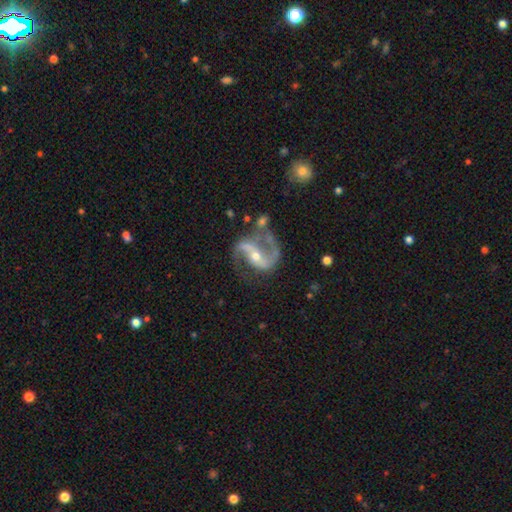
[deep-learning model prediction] A featured or disk galaxy (91%) with a strong bar (44%), 2 (92%) medium (51%) spiral arms (97%) and a moderate central bulge (49%).

Vote fractions:
- Smooth or featured? featured or disk: 91% / star or artifact: 5% / smooth: 4%
- Edge-on disk? no: 98% / yes: 2%
- Bar? strong: 44% / weak: 31% / no: 25%
- Spiral arms? yes: 97% / no: 3%
- Spiral winding? medium: 51% / loose: 39% / tight: 11%
- Spiral arm count? 2: 92% / 1: 3% / can't tell: 2% / 3: 1% / 4: 1% / more than 4: 1%
- Bulge size? moderate: 49% / small: 47% / large: 2% / none: 1% / dominant: 1%
- Merging? none: 62% / minor disturbance: 18% / major disturbance: 13% / merger: 7%